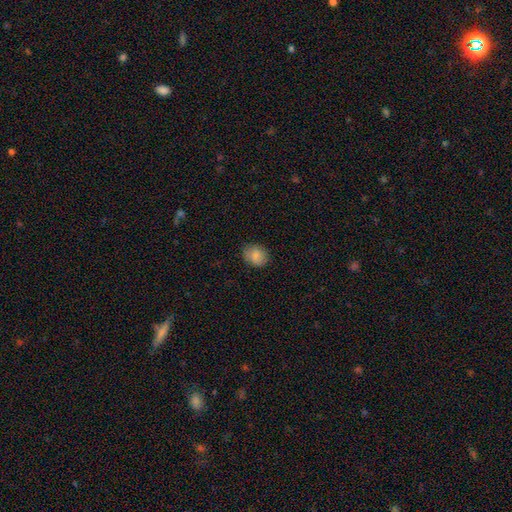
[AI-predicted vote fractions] A smooth galaxy with no disk features (84%) that is round (52%).

Vote fractions:
- Smooth or featured? smooth: 84% / star or artifact: 8% / featured or disk: 7%
- How rounded? round: 52% / in between: 47% / cigar-shaped: 1%
- Merging? none: 81% / minor disturbance: 15% / major disturbance: 3% / merger: 1%